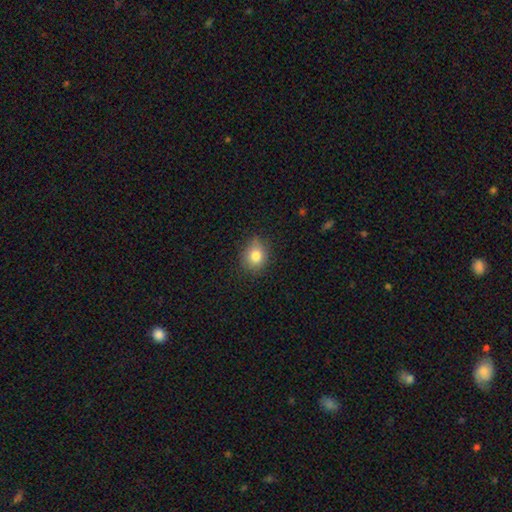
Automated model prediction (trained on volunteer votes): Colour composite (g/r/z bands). It shows a smooth galaxy with no disk features (81%) that is round (63%). Merging: none (76%).